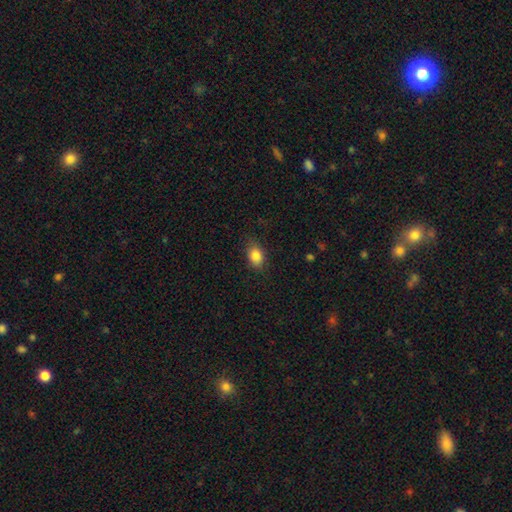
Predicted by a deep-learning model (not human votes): This appears to be a smooth galaxy with no disk features (85%) that is in between round and cigar-shaped (78%). Merging: none (83%).